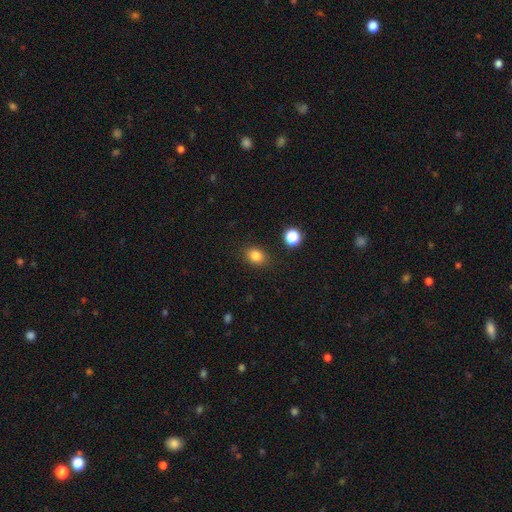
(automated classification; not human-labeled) Morphology: type=smooth (83%); roundness=in between (61%); merging=none (85%).